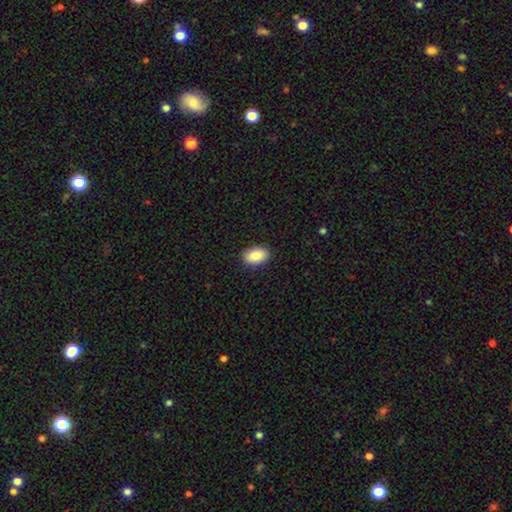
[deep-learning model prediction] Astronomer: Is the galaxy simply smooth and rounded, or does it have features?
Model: smooth — 87%.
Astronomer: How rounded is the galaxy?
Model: in between — 90%.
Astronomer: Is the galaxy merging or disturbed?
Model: none — 90%.